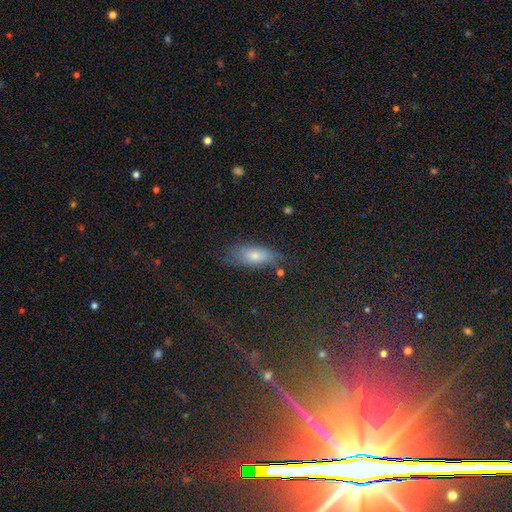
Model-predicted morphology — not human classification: A smooth galaxy with no disk features (56%) that is in between round and cigar-shaped (73%).

Vote fractions:
- Smooth or featured? smooth: 56% / featured or disk: 27% / star or artifact: 17%
- How rounded? in between: 73% / cigar-shaped: 23% / round: 5%
- Merging? none: 63% / minor disturbance: 22% / major disturbance: 11% / merger: 3%